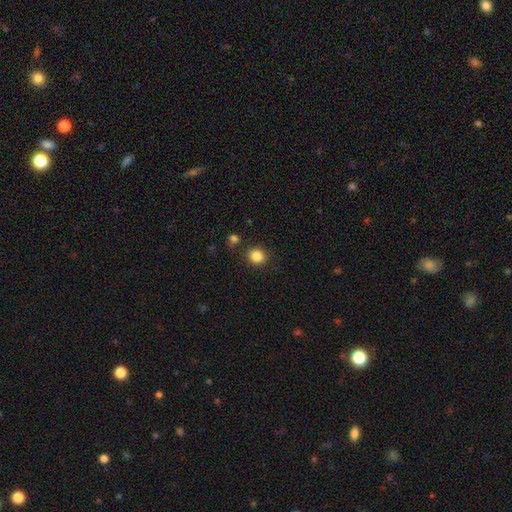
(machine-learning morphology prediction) The model was most divided on "how rounded": round: 79%, in between: 20%, cigar-shaped: 1%. More confident: smooth or featured — smooth (86%); merging — none (84%).